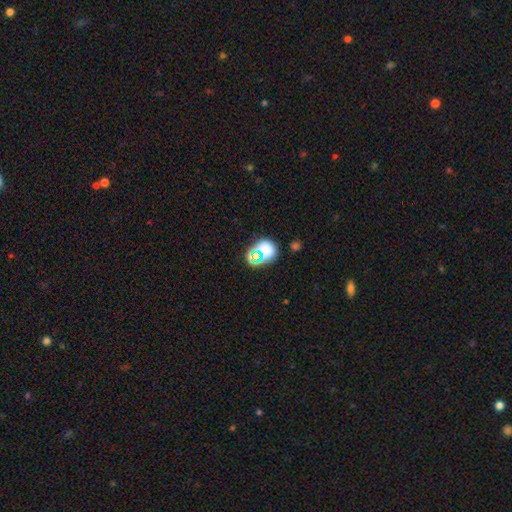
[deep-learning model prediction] Smooth or featured? smooth (58%)
How rounded? round (74%)
Merging? none (66%)